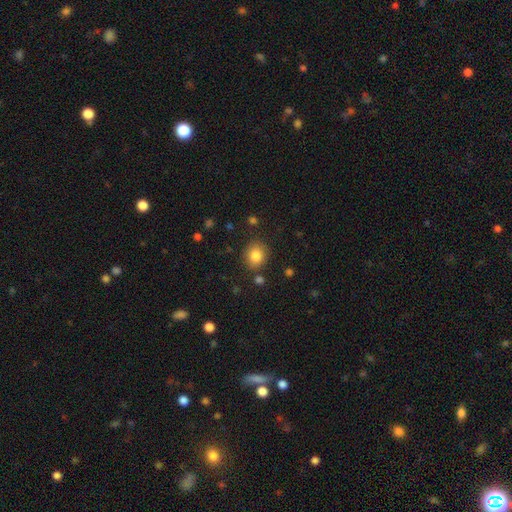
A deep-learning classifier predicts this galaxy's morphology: Q: Smooth or featured?
A: smooth (83%); runner-up: star or artifact (10%)
Q: How rounded?
A: round (70%); runner-up: in between (30%)
Q: Merging?
A: none (84%); runner-up: minor disturbance (10%)